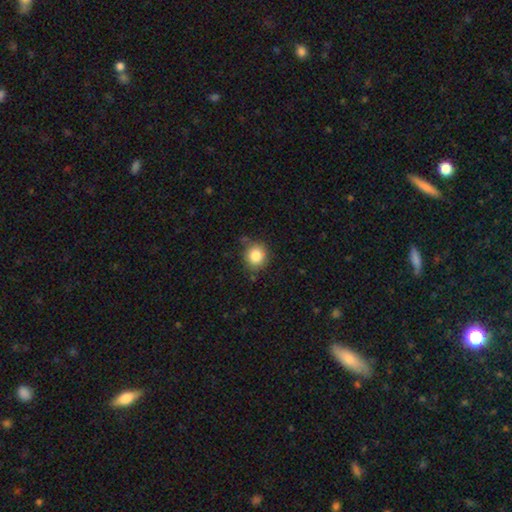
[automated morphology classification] Smooth or featured?
  - smooth: 84% *
  - star or artifact: 10%
  - featured or disk: 6%
How rounded?
  - round: 85% *
  - in between: 14%
  - cigar-shaped: 1%
Merging?
  - none: 80% *
  - minor disturbance: 13%
  - major disturbance: 3%
  - merger: 3%